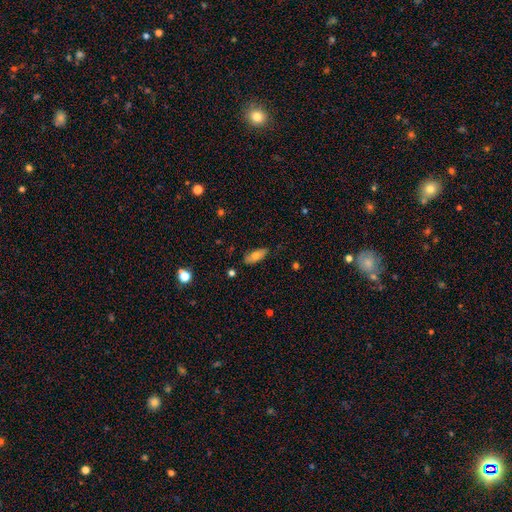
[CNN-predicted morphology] Overall: smooth (69%). How rounded: in between (75%). Merging: none (79%).